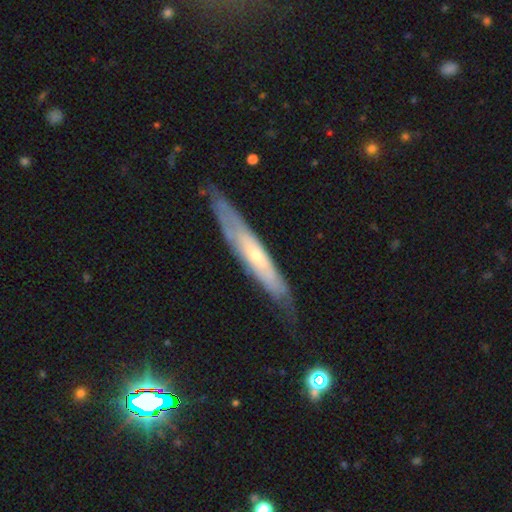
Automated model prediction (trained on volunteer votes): A featured or disk galaxy (65%) viewed edge-on (60%). Merging: none (73%).